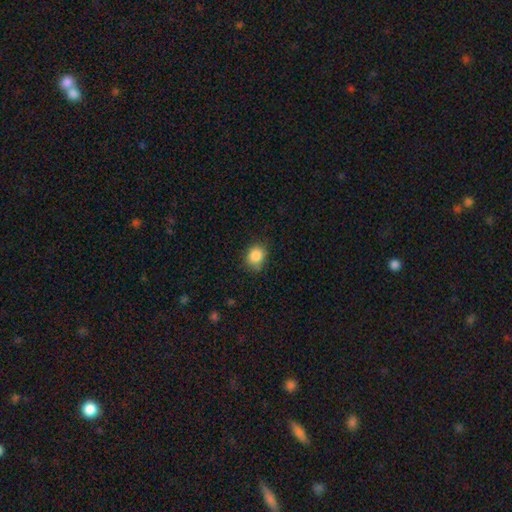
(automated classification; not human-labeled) smooth 87%, star or artifact 9%, featured or disk 4%. Down the decision tree: how rounded — round (60%); merging — none (77%).